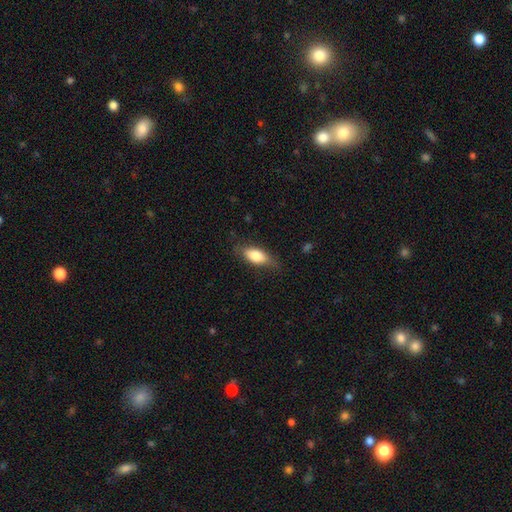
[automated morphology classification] Q: Smooth or featured?
A: smooth (76%); runner-up: featured or disk (18%)
Q: How rounded?
A: in between (82%); runner-up: cigar-shaped (14%)
Q: Merging?
A: none (73%); runner-up: minor disturbance (21%)